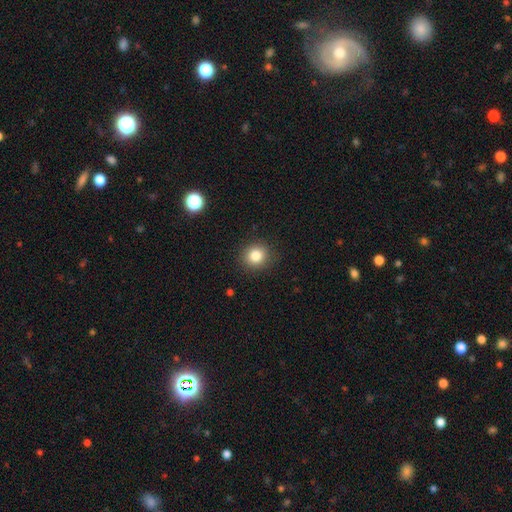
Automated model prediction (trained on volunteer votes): This is clearly a smooth galaxy (83%). How rounded: clearly round (86%). Merging: clearly none (88%).